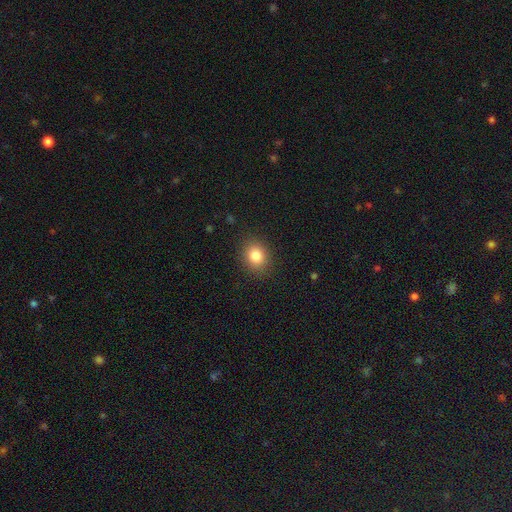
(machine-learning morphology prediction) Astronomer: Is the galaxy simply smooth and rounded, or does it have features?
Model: smooth — 83%.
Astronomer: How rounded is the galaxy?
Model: round — 58% (runner-up: in between, 41%).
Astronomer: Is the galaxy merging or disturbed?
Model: none — 88%.